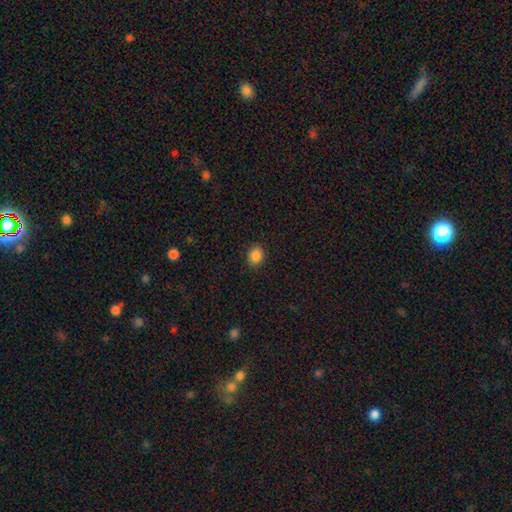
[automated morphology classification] The model was most divided on "how rounded": round: 60%, in between: 39%, cigar-shaped: 1%. More confident: merging — none (89%); smooth or featured — smooth (86%).